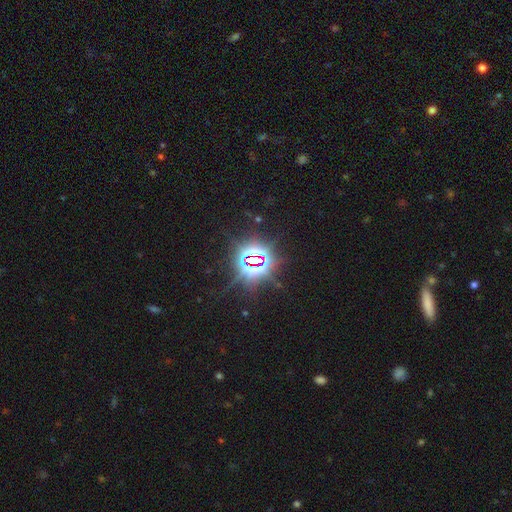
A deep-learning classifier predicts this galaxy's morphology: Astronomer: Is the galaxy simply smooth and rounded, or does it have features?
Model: star or artifact — 86%.